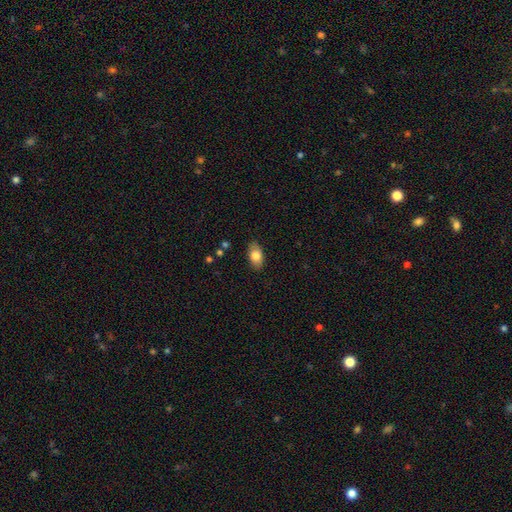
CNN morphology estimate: smooth_or_featured: smooth (p=0.81) [alt: featured or disk p=0.12]
how_rounded: in between (p=0.91) [alt: round p=0.06]
merging: none (p=0.85) [alt: minor disturbance p=0.12]